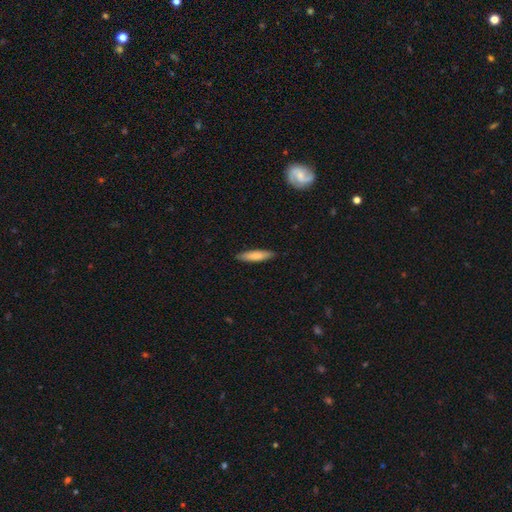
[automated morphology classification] Smooth or featured: smooth — 79% (featured or disk — 15%)
How rounded: cigar-shaped — 79% (in between — 20%)
Merging: none — 88% (minor disturbance — 9%)